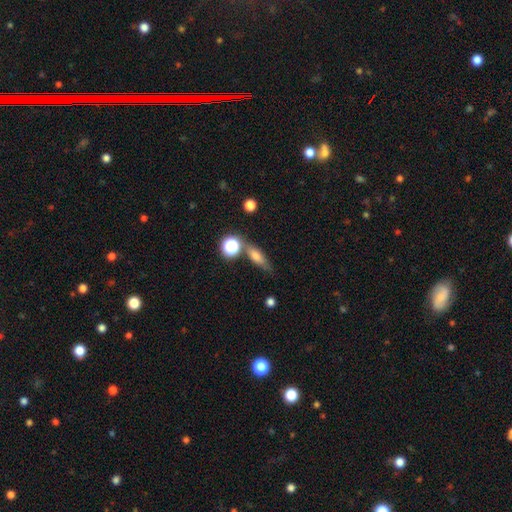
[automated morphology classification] Q: Smooth or featured?
A: smooth (61%); runner-up: featured or disk (23%)
Q: How rounded?
A: in between (49%); runner-up: cigar-shaped (36%)
Q: Merging?
A: none (63%); runner-up: minor disturbance (19%)